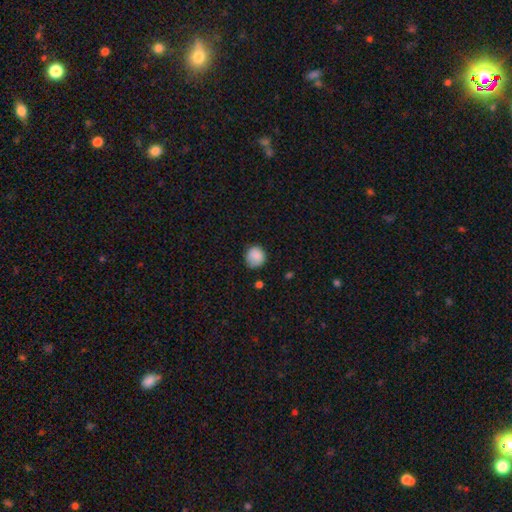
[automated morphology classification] Smooth or featured?
  - smooth: 87% *
  - star or artifact: 8%
  - featured or disk: 4%
How rounded?
  - round: 85% *
  - in between: 14%
  - cigar-shaped: 1%
Merging?
  - none: 76% *
  - minor disturbance: 19%
  - major disturbance: 4%
  - merger: 2%